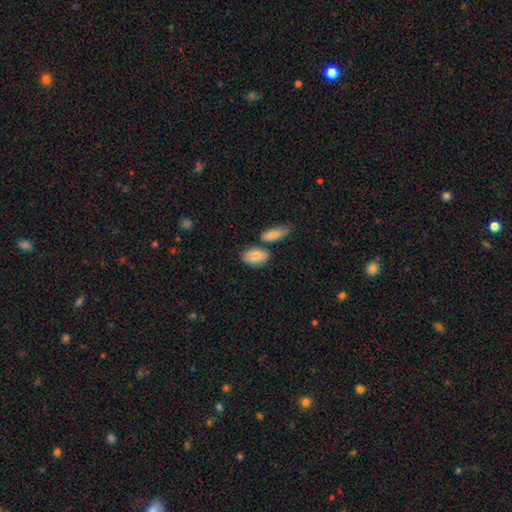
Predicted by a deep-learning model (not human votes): The model was most divided on "merging": none: 62%, merger: 19%, minor disturbance: 15%, major disturbance: 4%. More confident: how rounded — in between (88%); smooth or featured — smooth (84%).